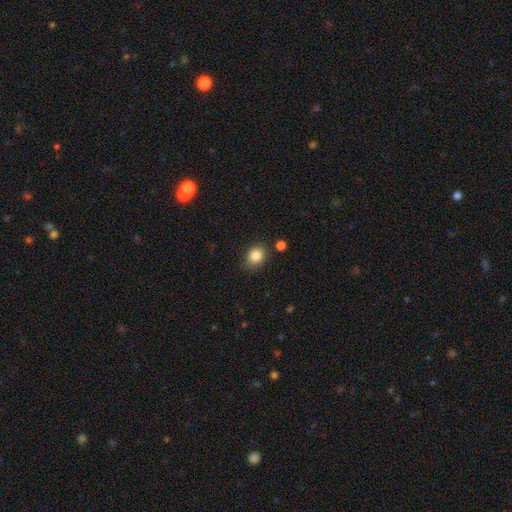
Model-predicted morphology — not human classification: Smooth or featured: smooth — 85% (star or artifact — 10%)
How rounded: round — 54% (in between — 45%)
Merging: none — 78% (minor disturbance — 15%)